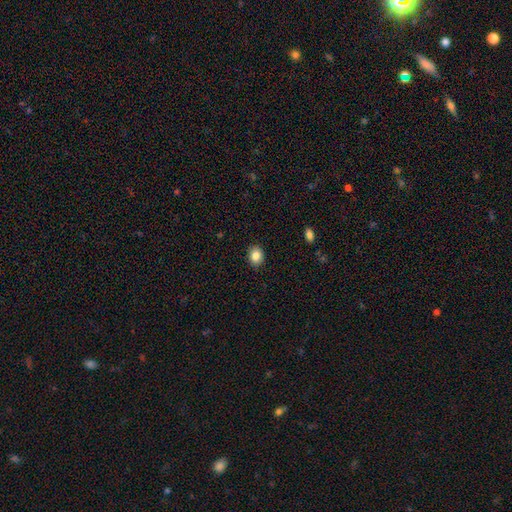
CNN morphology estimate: Smooth or featured? smooth (85%)
How rounded? in between (51%)
Merging? none (90%)